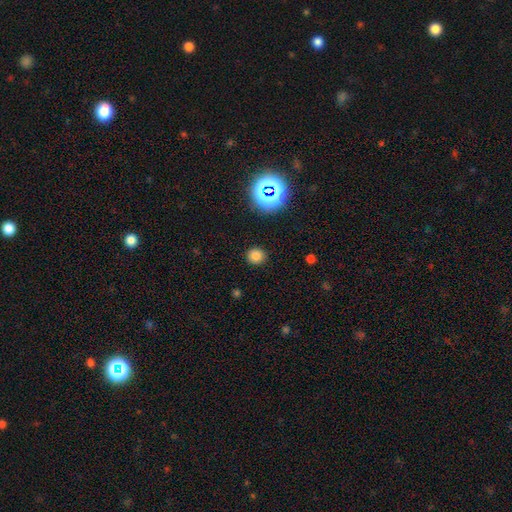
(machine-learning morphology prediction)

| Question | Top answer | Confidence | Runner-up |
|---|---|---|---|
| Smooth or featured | smooth | 76% | star or artifact (18%) |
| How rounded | round | 89% | in between (10%) |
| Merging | none | 90% | minor disturbance (6%) |